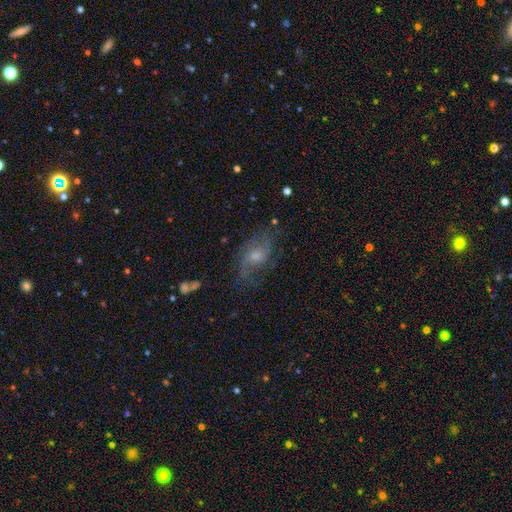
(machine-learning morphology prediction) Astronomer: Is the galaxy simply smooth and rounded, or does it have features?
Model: featured or disk — 66%.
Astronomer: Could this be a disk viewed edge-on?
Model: no — 94%.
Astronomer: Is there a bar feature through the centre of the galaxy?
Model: no — 61%.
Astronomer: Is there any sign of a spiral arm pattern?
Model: yes — 88%.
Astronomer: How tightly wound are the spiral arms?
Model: loose — 50% (runner-up: medium, 37%).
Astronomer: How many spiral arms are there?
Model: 2 — 70%.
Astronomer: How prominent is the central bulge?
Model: moderate — 50% (runner-up: small, 38%).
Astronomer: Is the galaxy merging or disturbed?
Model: none — 66%.